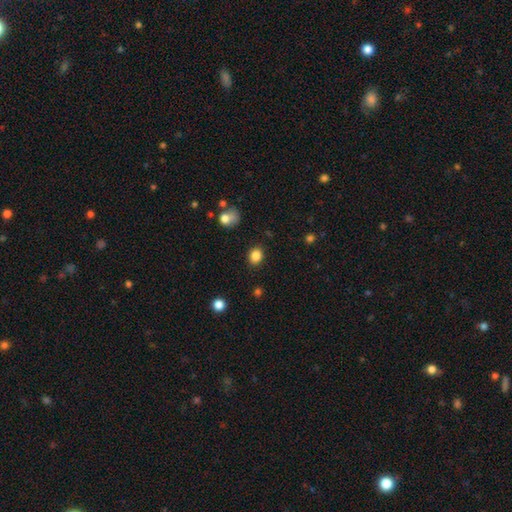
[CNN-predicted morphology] This appears to be a smooth galaxy with no disk features (85%) that is round (58%). Merging: none (88%).